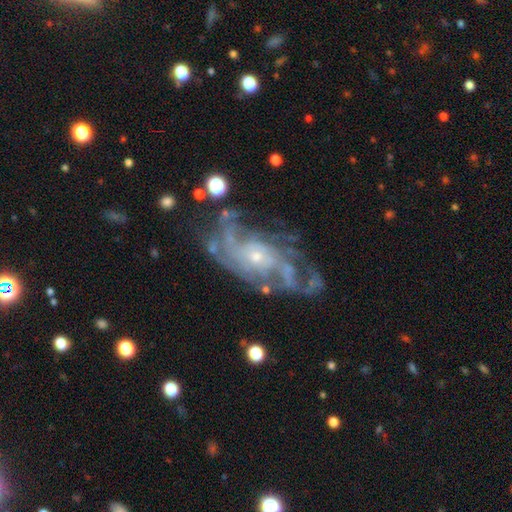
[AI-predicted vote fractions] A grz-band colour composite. It shows a featured or disk galaxy (86%) with no bar (76%), tight (47%) spiral arms (93%) and a small central bulge (74%). Merging: none (61%).